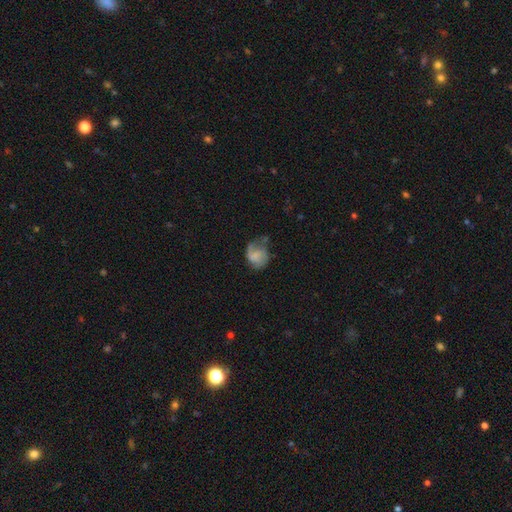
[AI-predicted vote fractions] Smooth or featured?
  - featured or disk: 46% *
  - smooth: 45%
  - star or artifact: 9%
Merging?
  - major disturbance: 33% * (tied)
  - none: 33% * (tied)
  - minor disturbance: 30%
  - merger: 4%